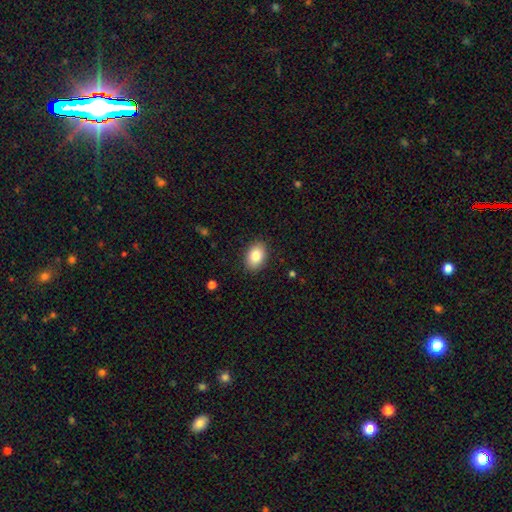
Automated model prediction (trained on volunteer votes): Smooth or featured: smooth — 85% (featured or disk — 8%)
How rounded: in between — 81% (round — 18%)
Merging: none — 89% (minor disturbance — 8%)